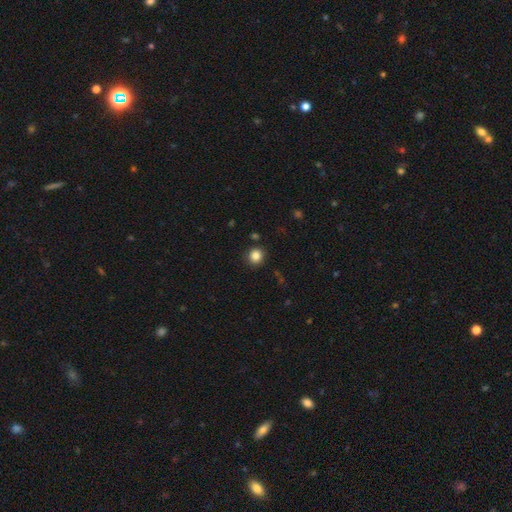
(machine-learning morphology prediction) Smooth or featured? smooth (84%)
How rounded? round (91%)
Merging? none (90%)